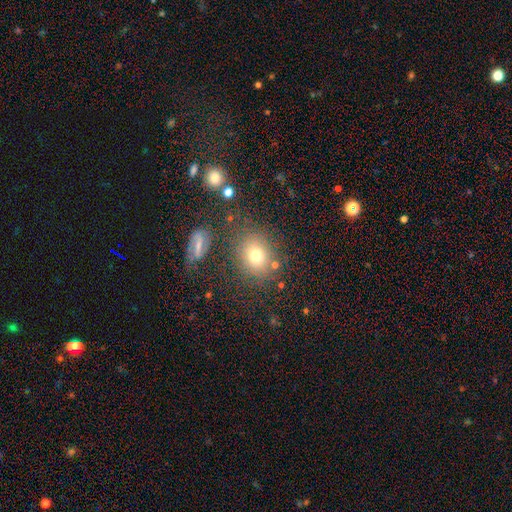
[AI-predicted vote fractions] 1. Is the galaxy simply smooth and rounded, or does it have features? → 73% smooth, 15% star or artifact, 12% featured or disk.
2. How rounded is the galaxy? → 61% round, 38% in between, 1% cigar-shaped.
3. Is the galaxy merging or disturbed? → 76% none, 12% minor disturbance, 7% merger, 5% major disturbance.